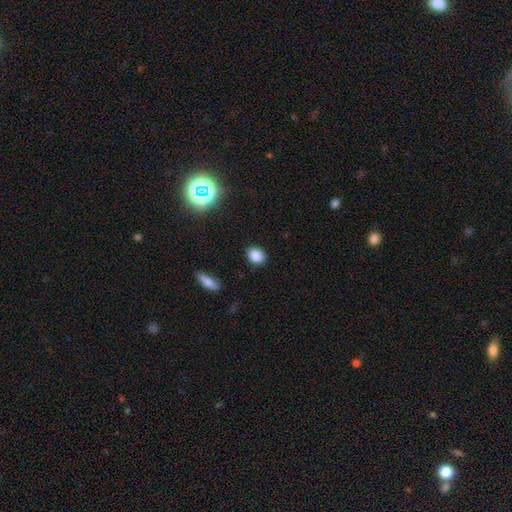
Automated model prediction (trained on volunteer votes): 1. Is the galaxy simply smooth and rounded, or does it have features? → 85% smooth, 10% star or artifact, 5% featured or disk.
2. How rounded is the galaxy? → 58% in between, 40% round, 2% cigar-shaped.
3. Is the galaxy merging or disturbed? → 87% none, 9% minor disturbance, 2% major disturbance, 1% merger.